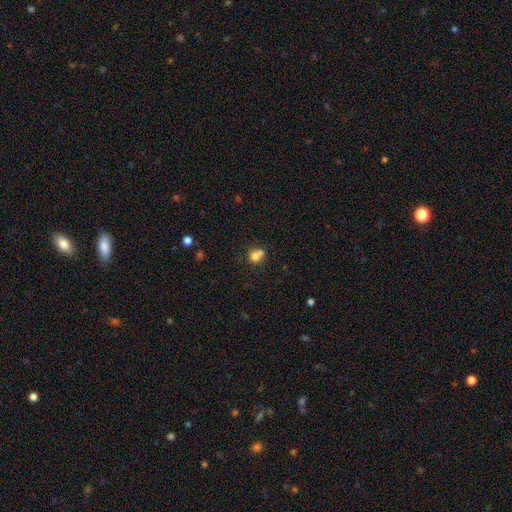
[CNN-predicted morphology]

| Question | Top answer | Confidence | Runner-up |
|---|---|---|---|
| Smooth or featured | smooth | 73% | featured or disk (14%) |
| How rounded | round | 79% | in between (20%) |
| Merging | merger | 53% | none (36%) |